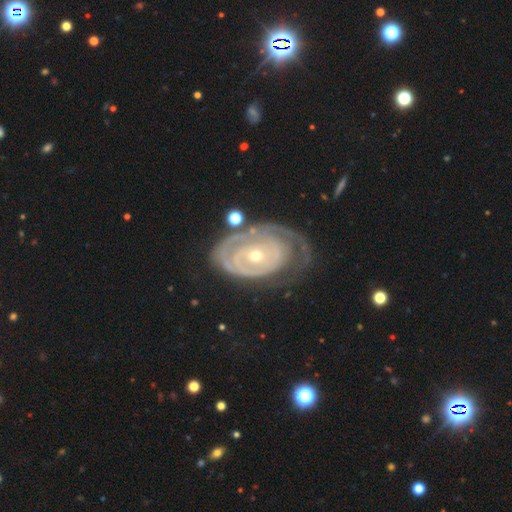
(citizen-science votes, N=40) Smooth or featured? featured or disk (98%)
Edge-on disk? no (97%)
Bar? no (84%)
Spiral arms? yes (92%)
Spiral winding? tight (80%)
Spiral arm count? can't tell (49%)
Bulge size? small (74%)
Merging? none (56%)